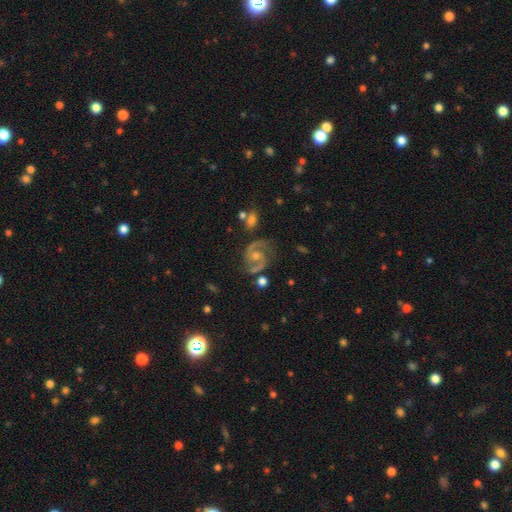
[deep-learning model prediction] This appears to be a featured or disk galaxy (87%) with no bar (53%), 2 (91%) medium (59%) spiral arms (97%) and a moderate central bulge (53%). Merging: none (71%).